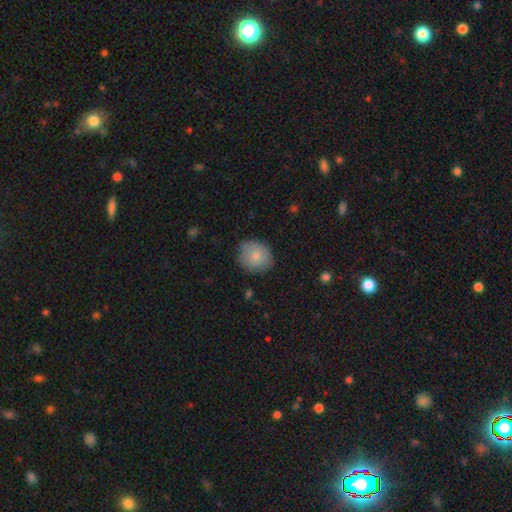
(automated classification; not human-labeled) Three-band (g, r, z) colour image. It shows a smooth galaxy with no disk features (78%) that is round (83%). Merging: none (76%).